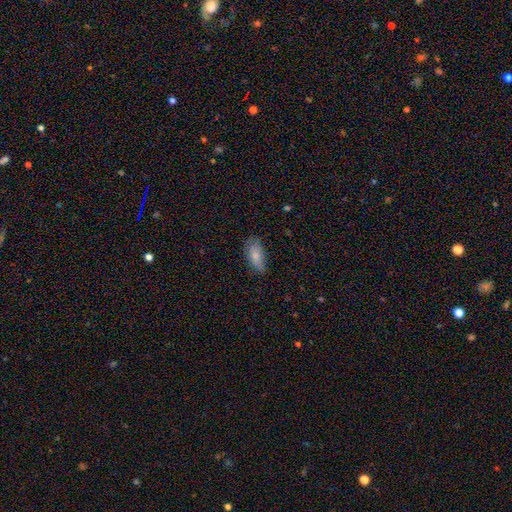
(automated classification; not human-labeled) Overall: smooth (78%). How rounded: in between (85%). Merging: none (65%; minor disturbance 28%).